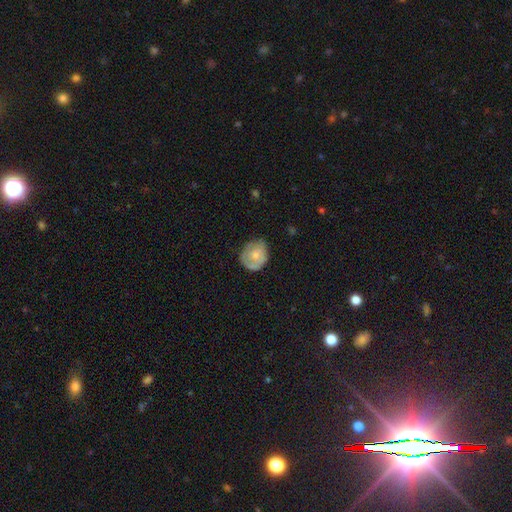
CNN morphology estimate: smooth 58%, featured or disk 36%, star or artifact 7%. Down the decision tree: how rounded — round (72%); merging — none (61%).